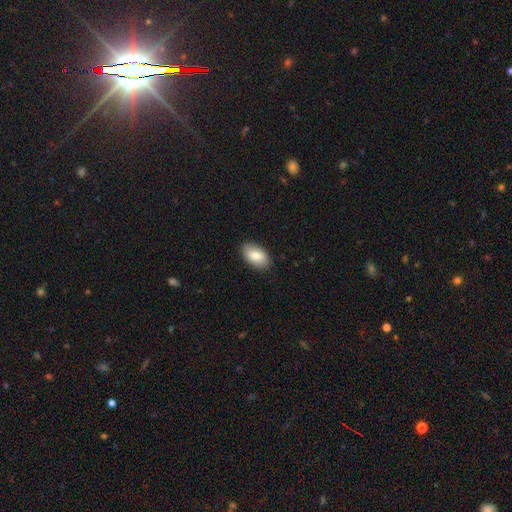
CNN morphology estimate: Smooth or featured? Predicted: smooth (p=0.83). How rounded? Predicted: in between (p=0.94). Merging? Predicted: none (p=0.86).